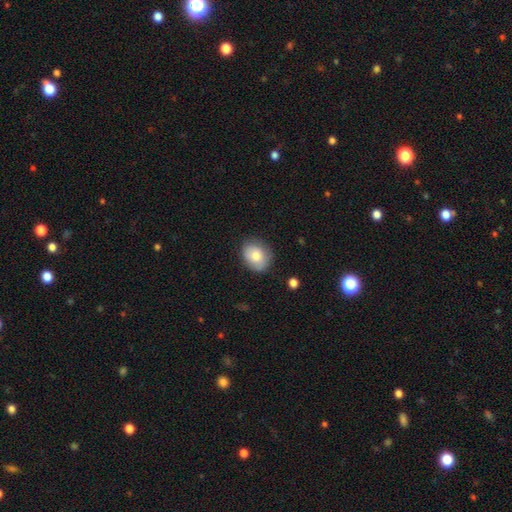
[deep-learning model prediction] smooth_or_featured: smooth (p=0.78) [alt: featured or disk p=0.15]
how_rounded: round (p=0.52) [alt: in between p=0.47]
merging: none (p=0.78) [alt: minor disturbance p=0.17]